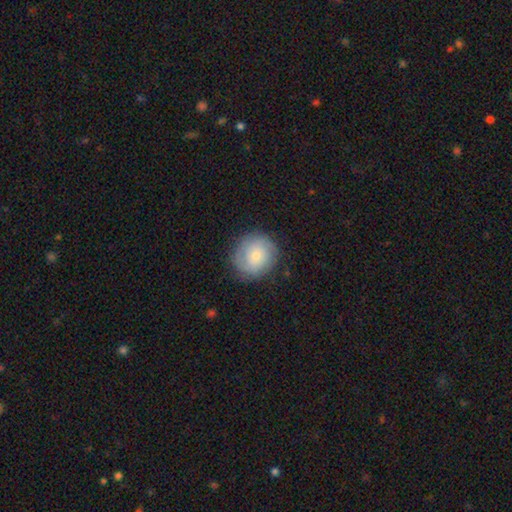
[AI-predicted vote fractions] smooth-or-featured: featured or disk: 55% | smooth: 38% | star or artifact: 7%
  disk-edge-on: no: 98% | yes: 2%
    bar: no: 74% | weak: 23% | strong: 3%
    has-spiral-arms: yes: 87% | no: 13%
    bulge-size: small: 60% | moderate: 33% | large: 3% | none: 2% | dominant: 1%
  merging: none: 81% | minor disturbance: 13% | major disturbance: 5% | merger: 1%